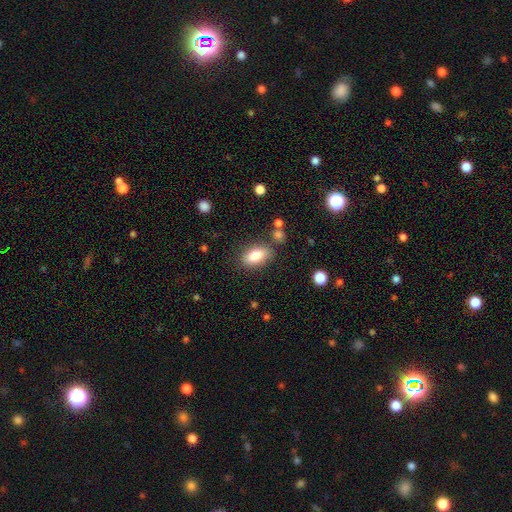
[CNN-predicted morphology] smooth-or-featured: smooth: 83% | featured or disk: 10% | star or artifact: 8%
  how-rounded: in between: 88% | cigar-shaped: 7% | round: 5%
  merging: none: 78% | minor disturbance: 13% | merger: 5% | major disturbance: 4%